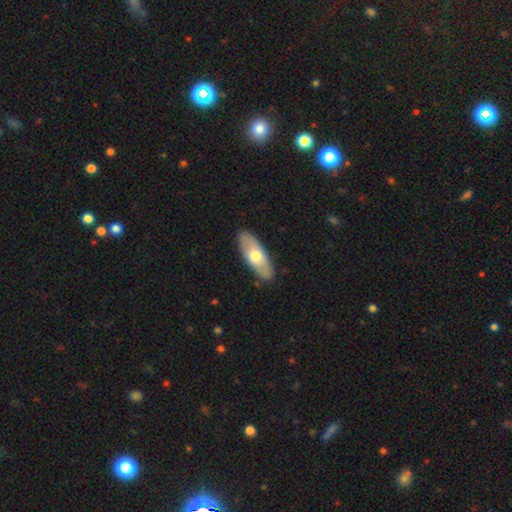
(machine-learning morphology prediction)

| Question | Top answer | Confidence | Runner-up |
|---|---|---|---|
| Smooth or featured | smooth | 61% | featured or disk (34%) |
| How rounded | in between | 73% | cigar-shaped (25%) |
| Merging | none | 88% | minor disturbance (9%) |